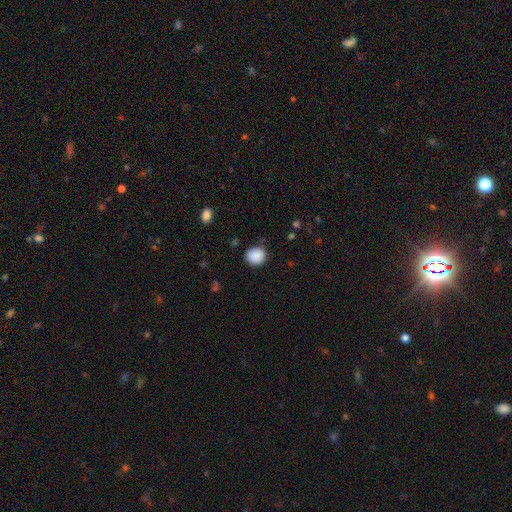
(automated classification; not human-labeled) The model was most divided on "how rounded": round: 77%, in between: 22%, cigar-shaped: 1%. More confident: smooth or featured — smooth (89%); merging — none (84%).